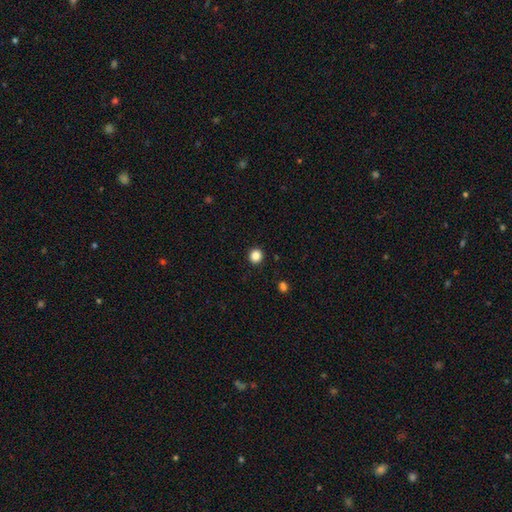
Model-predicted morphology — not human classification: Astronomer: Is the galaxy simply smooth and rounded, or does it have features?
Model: smooth — 85%.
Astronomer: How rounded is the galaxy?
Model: round — 93%.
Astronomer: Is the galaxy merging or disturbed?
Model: none — 93%.